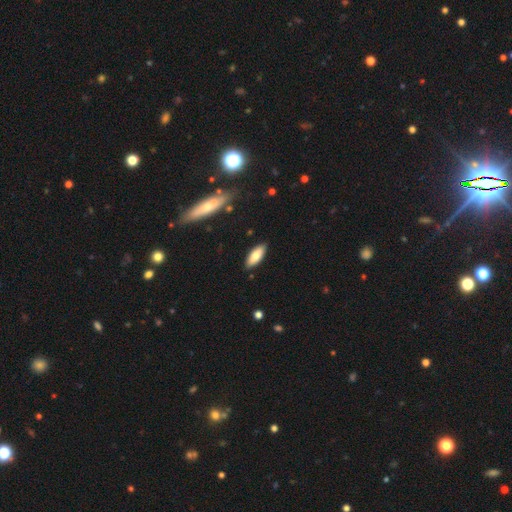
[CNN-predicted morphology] The model was most divided on "how rounded": in between: 77%, cigar-shaped: 21%, round: 2%. More confident: merging — none (88%); smooth or featured — smooth (78%).